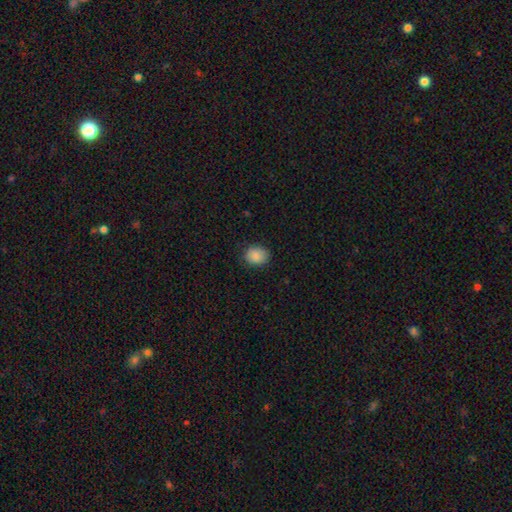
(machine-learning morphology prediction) smooth_or_featured: smooth (p=0.88) [alt: star or artifact p=0.08]
how_rounded: round (p=0.55) [alt: in between p=0.44]
merging: none (p=0.83) [alt: minor disturbance p=0.13]